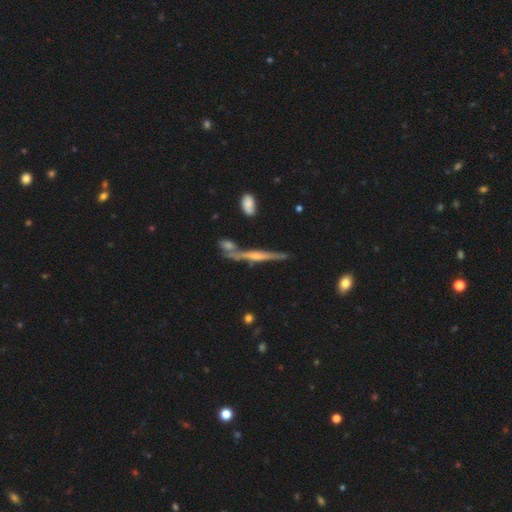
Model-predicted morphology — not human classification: Smooth or featured? featured or disk (76%)
Edge-on disk? yes (97%)
Edge-on bulge? rounded (71%)
Merging? none (76%)